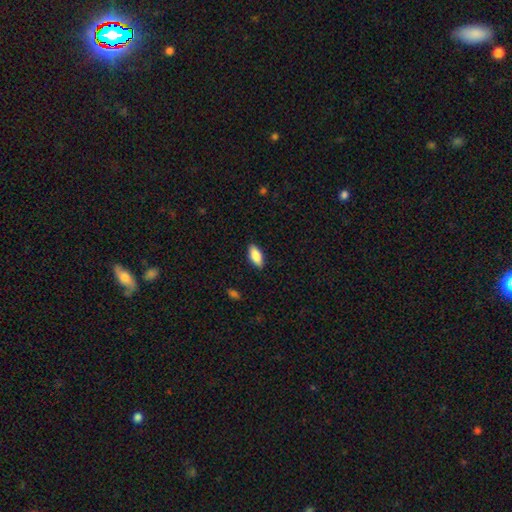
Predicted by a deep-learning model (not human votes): The model was most divided on "how rounded": in between: 83%, cigar-shaped: 15%, round: 2%. More confident: merging — none (87%); smooth or featured — smooth (86%).